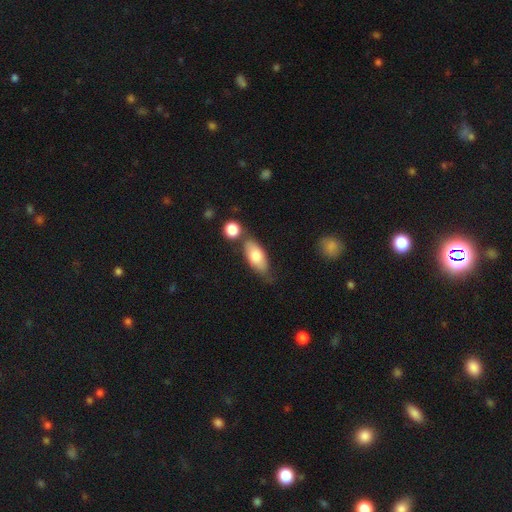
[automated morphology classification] Overall: smooth (74%). How rounded: in between (85%). Merging: none (56%; minor disturbance 20%).